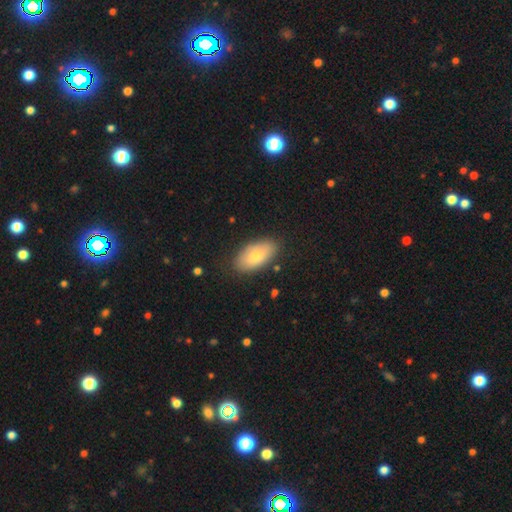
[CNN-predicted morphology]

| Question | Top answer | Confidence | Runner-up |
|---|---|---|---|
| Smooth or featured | smooth | 75% | featured or disk (19%) |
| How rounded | in between | 94% | round (3%) |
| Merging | none | 82% | minor disturbance (14%) |